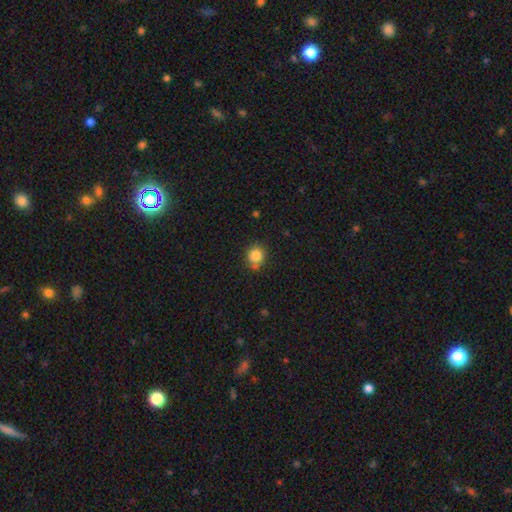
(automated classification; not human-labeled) smooth-or-featured: smooth: 84% | star or artifact: 10% | featured or disk: 6%
  how-rounded: round: 80% | in between: 19% | cigar-shaped: 1%
  merging: none: 68% | minor disturbance: 20% | merger: 8% | major disturbance: 4%